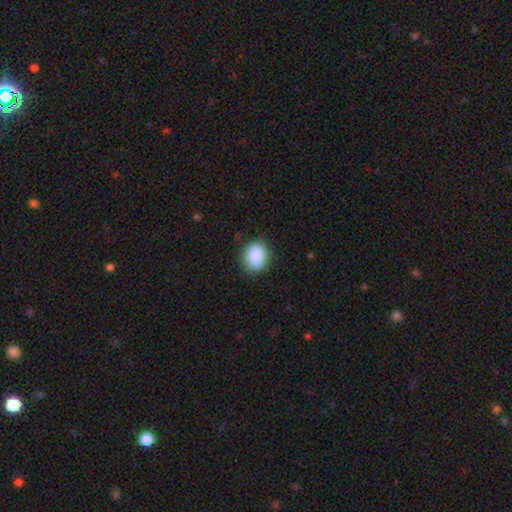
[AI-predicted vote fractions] The model was most divided on "how rounded": round: 54%, in between: 45%, cigar-shaped: 1%. More confident: smooth or featured — smooth (88%); merging — none (85%).